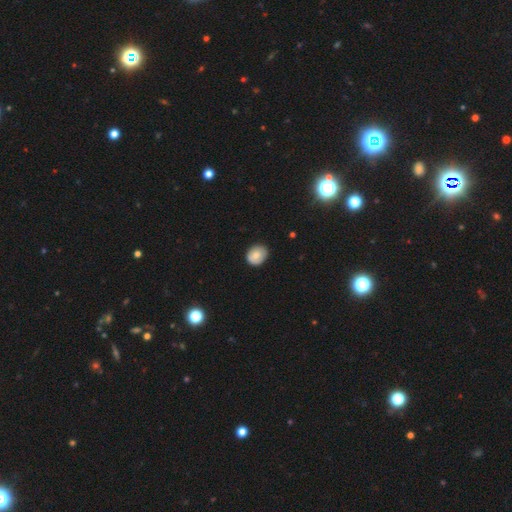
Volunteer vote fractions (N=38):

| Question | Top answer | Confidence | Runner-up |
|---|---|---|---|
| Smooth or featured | smooth | 87% | featured or disk (11%) |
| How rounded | round | 58% | in between (42%) |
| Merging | none | 65% | minor disturbance (35%) |